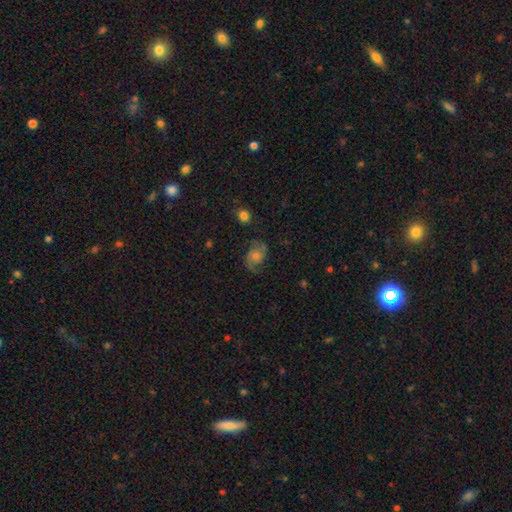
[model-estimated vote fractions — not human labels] Smooth or featured? Predicted: featured or disk (p=0.66). Edge-on disk? Predicted: no (p=0.97). Bar? Predicted: no (p=0.70). Spiral arms? Predicted: yes (p=0.92). Spiral winding? Predicted: medium (p=0.49). Spiral arm count? Predicted: 2 (p=0.85). Bulge size? Predicted: moderate (p=0.51). Merging? Predicted: none (p=0.74).